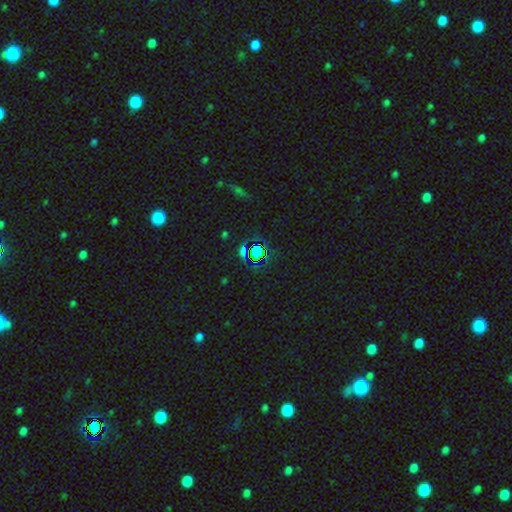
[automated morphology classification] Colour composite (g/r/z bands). It shows a star or artifact, not a galaxy (73%).